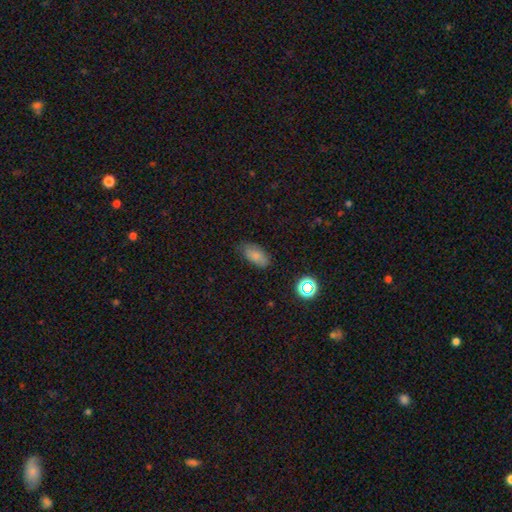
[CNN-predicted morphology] Smooth or featured?
  - smooth: 78% *
  - featured or disk: 11%
  - star or artifact: 10%
How rounded?
  - in between: 91% *
  - round: 5%
  - cigar-shaped: 4%
Merging?
  - none: 74% *
  - minor disturbance: 21%
  - major disturbance: 4%
  - merger: 1%